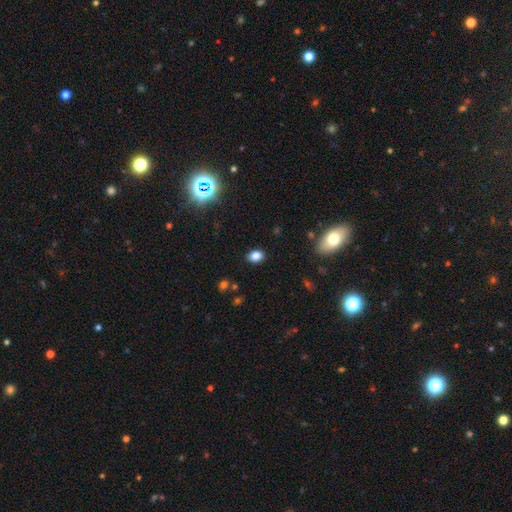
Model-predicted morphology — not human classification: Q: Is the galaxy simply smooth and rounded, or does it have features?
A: smooth — 82%.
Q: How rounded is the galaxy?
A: in between — 67%.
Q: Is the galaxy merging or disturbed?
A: none — 88%.